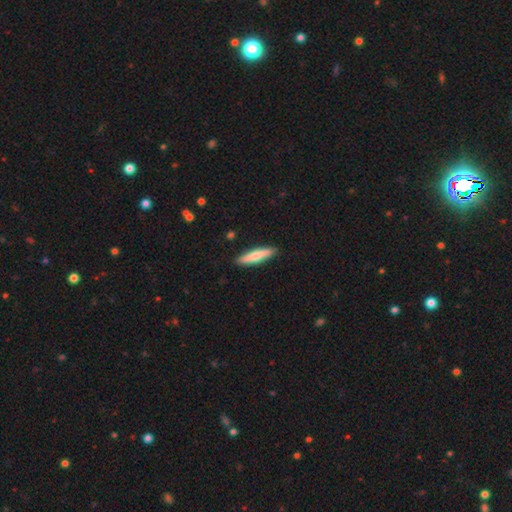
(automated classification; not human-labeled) Smooth or featured?
  - smooth: 64% *
  - featured or disk: 30%
  - star or artifact: 5%
How rounded?
  - cigar-shaped: 84% *
  - in between: 15%
  - round: 2%
Merging?
  - none: 89% *
  - minor disturbance: 8%
  - major disturbance: 2%
  - merger: 1%